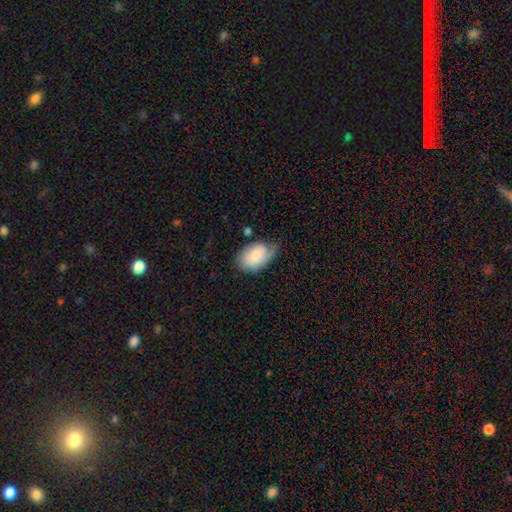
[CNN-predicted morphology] Overall: smooth (73%). How rounded: in between (87%). Merging: none (49%; minor disturbance 36%).